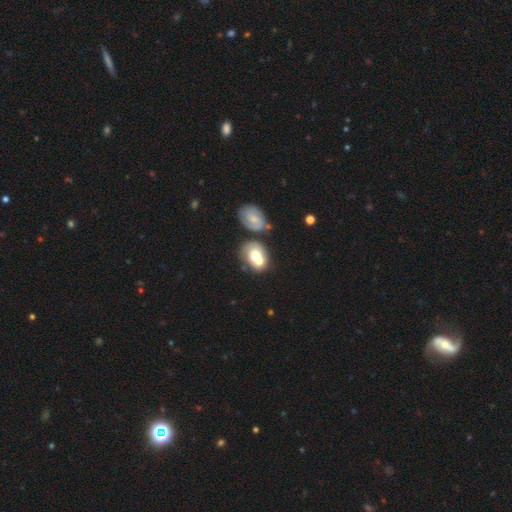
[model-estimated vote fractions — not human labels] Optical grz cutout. It shows a smooth galaxy with no disk features (56%) that is in between round and cigar-shaped (51%). Merging: merger (58%).